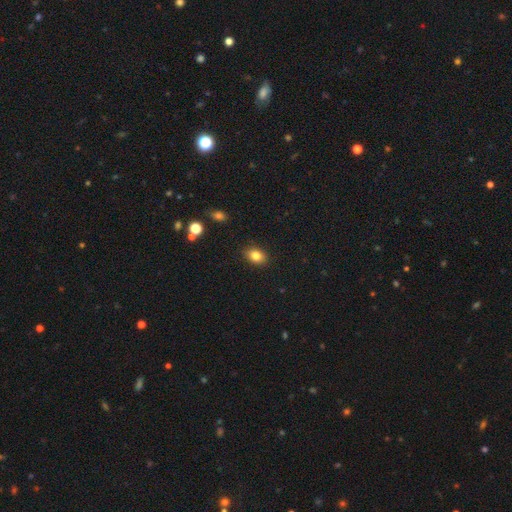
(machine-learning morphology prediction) type=smooth (82%); roundness=in between (69%); merging=none (87%).